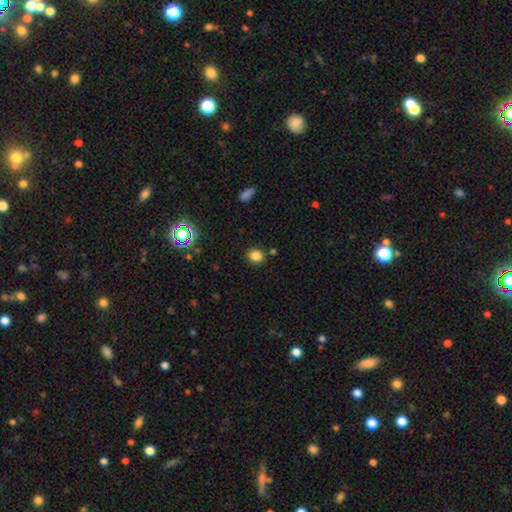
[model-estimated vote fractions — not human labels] Smooth or featured: smooth — 82% (star or artifact — 14%)
How rounded: round — 77% (in between — 22%)
Merging: none — 85% (minor disturbance — 8%)